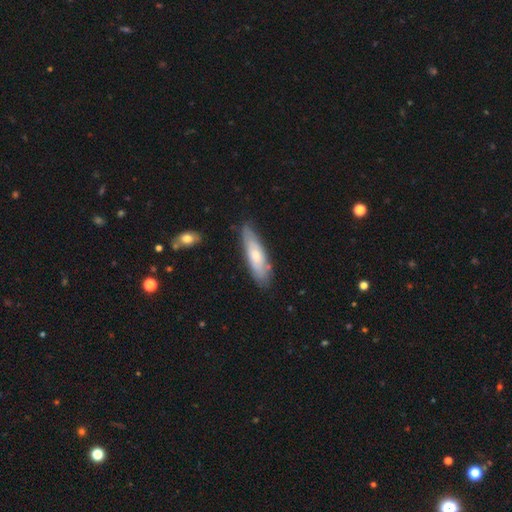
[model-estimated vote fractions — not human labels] Smooth or featured: smooth — 54% (featured or disk — 40%)
How rounded: cigar-shaped — 61% (in between — 37%)
Merging: none — 74% (minor disturbance — 19%)